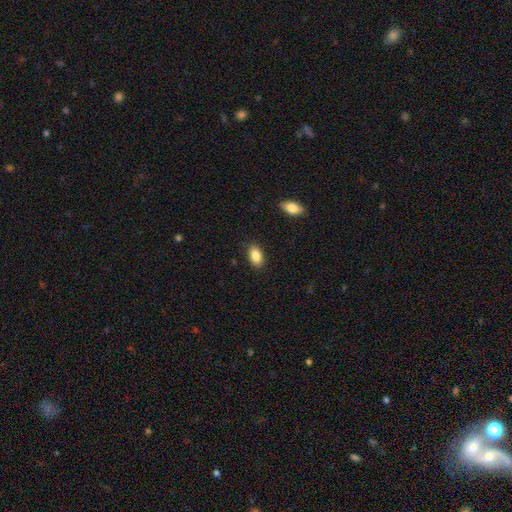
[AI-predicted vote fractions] smooth_or_featured: smooth (p=0.87) [alt: star or artifact p=0.08]
how_rounded: in between (p=0.90) [alt: round p=0.06]
merging: none (p=0.87) [alt: minor disturbance p=0.10]